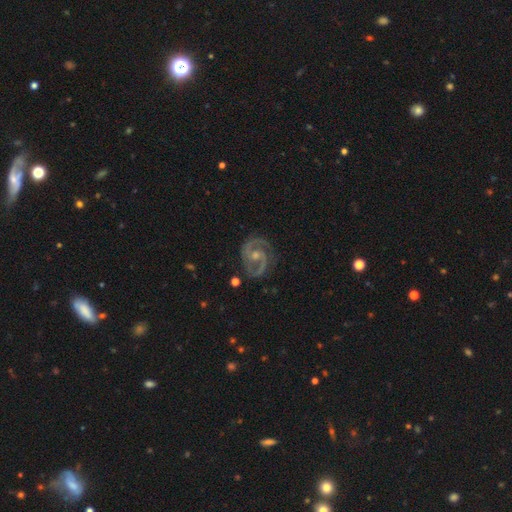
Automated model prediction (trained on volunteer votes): smooth_or_featured: featured or disk (p=0.92) [alt: star or artifact p=0.05]
disk_edge_on: no (p=0.98) [alt: yes p=0.02]
bar: no (p=0.44) [alt: weak p=0.43]
has_spiral_arms: yes (p=0.98) [alt: no p=0.02]
spiral_winding: medium (p=0.57) [alt: tight p=0.35]
spiral_arm_count: 2 (p=0.92) [alt: 3 p=0.02]
bulge_size: moderate (p=0.49) [alt: small p=0.45]
merging: none (p=0.80) [alt: minor disturbance p=0.14]